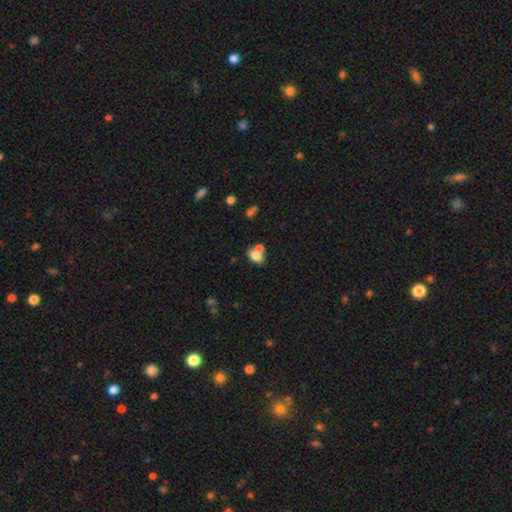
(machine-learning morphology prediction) smooth-or-featured: smooth: 75% | featured or disk: 16% | star or artifact: 9%
  how-rounded: in between: 85% | round: 12% | cigar-shaped: 3%
  merging: merger: 44% | none: 40% | minor disturbance: 12% | major disturbance: 5%